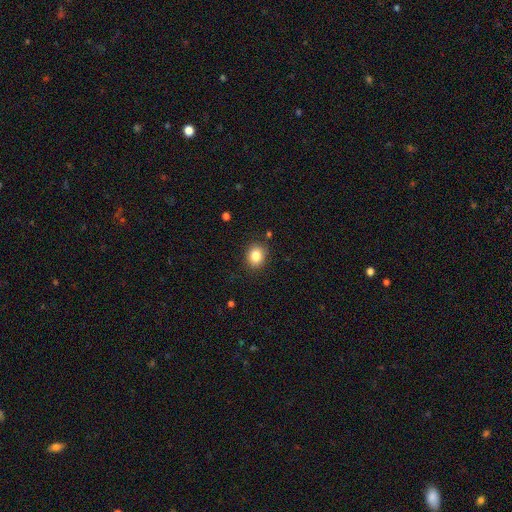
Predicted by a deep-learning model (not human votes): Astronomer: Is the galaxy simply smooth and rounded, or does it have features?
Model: smooth — 84%.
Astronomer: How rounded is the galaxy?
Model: round — 57% (runner-up: in between, 42%).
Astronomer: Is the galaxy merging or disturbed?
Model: none — 87%.